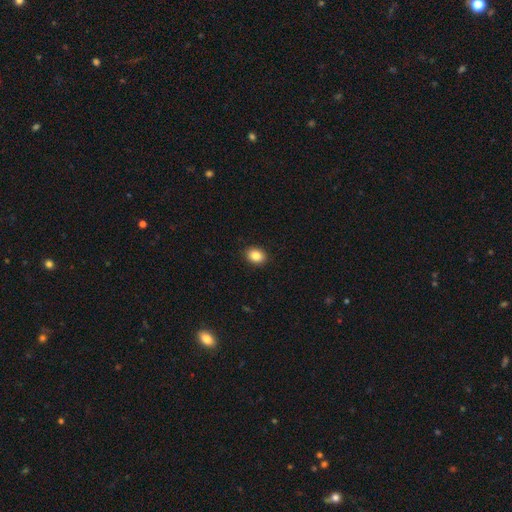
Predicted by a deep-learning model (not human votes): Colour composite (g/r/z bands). It shows a smooth galaxy with no disk features (86%) that is in between round and cigar-shaped (57%). Merging: none (91%).